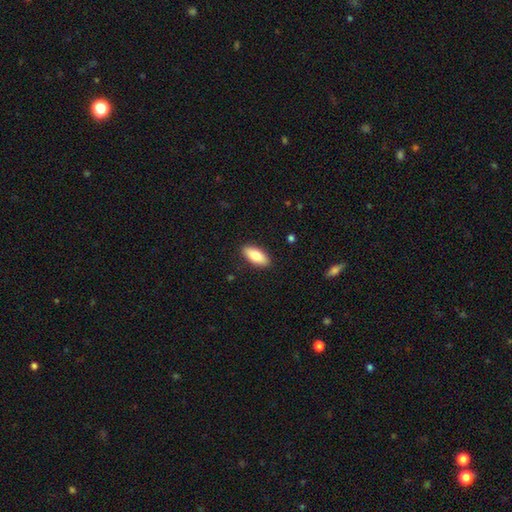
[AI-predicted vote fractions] A smooth galaxy with no disk features (80%) that is in between round and cigar-shaped (82%). Merging: none (89%).